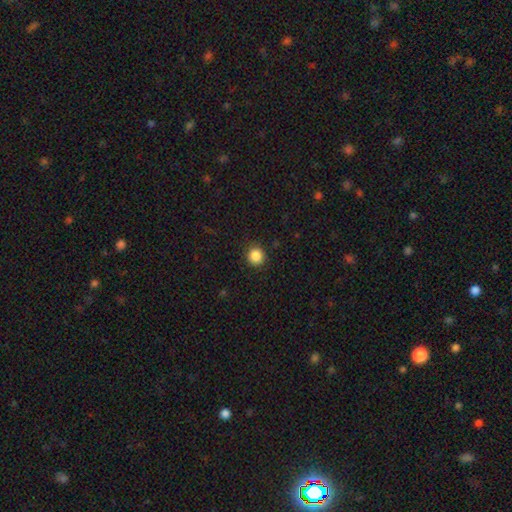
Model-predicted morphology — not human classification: smooth_or_featured: smooth (p=0.87) [alt: star or artifact p=0.10]
how_rounded: round (p=0.91) [alt: in between p=0.08]
merging: none (p=0.91) [alt: minor disturbance p=0.06]